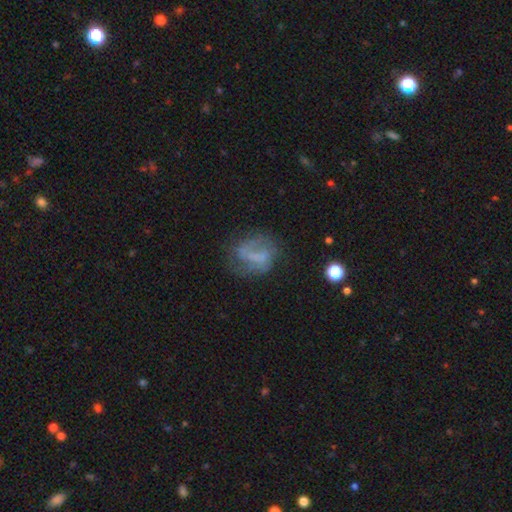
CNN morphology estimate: Smooth or featured?
  - featured or disk: 58% *
  - smooth: 31%
  - star or artifact: 12%
Edge-on disk?
  - no: 97% *
  - yes: 3%
Bar?
  - weak: 37% *
  - no: 35%
  - strong: 28%
Spiral arms?
  - yes: 61% *
  - no: 39%
Bulge size?
  - none: 62% *
  - small: 21%
  - moderate: 12%
  - large: 4%
  - dominant: 1%
Merging?
  - none: 54% *
  - minor disturbance: 23%
  - major disturbance: 20%
  - merger: 4%